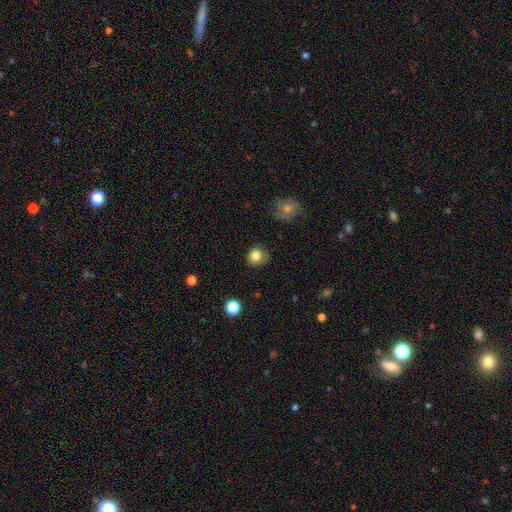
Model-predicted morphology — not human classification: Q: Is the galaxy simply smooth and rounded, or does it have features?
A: smooth — 83%.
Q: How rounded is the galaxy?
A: round — 82%.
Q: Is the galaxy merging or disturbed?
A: none — 78%.